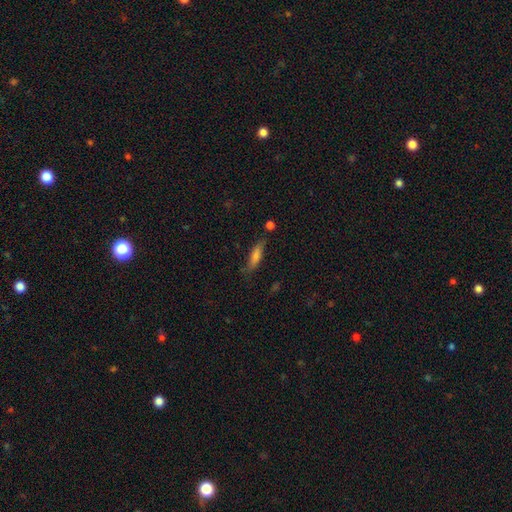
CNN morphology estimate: Smooth or featured: smooth — 68% (featured or disk — 24%)
How rounded: cigar-shaped — 69% (in between — 29%)
Merging: none — 72% (minor disturbance — 19%)